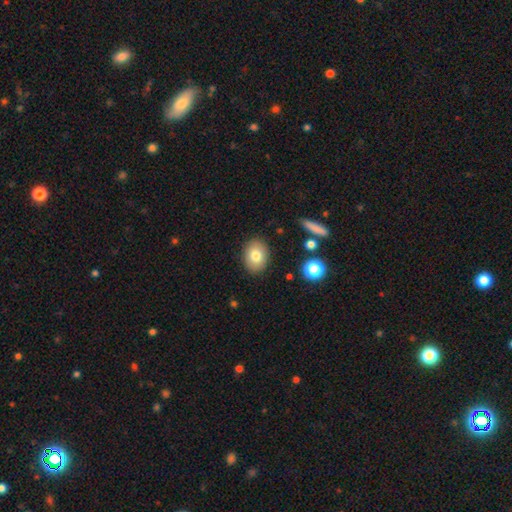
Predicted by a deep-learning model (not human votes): This is likely a smooth galaxy (78%). How rounded: likely in between (69%). Merging: clearly none (88%).